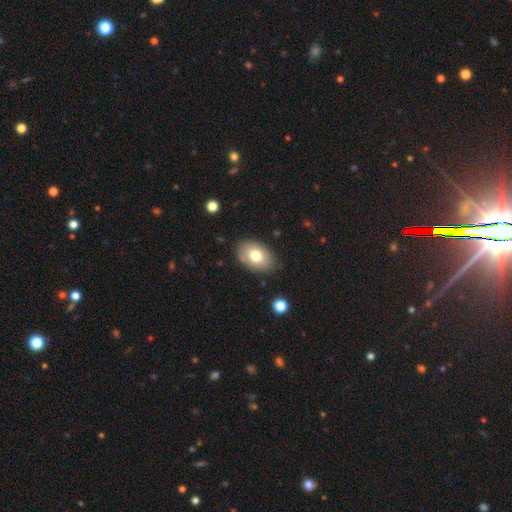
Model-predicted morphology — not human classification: A smooth galaxy with no disk features (74%) that is in between round and cigar-shaped (86%).

Vote fractions:
- Smooth or featured? smooth: 74% / featured or disk: 18% / star or artifact: 8%
- How rounded? in between: 86% / round: 13% / cigar-shaped: 1%
- Merging? none: 81% / minor disturbance: 14% / major disturbance: 3% / merger: 1%